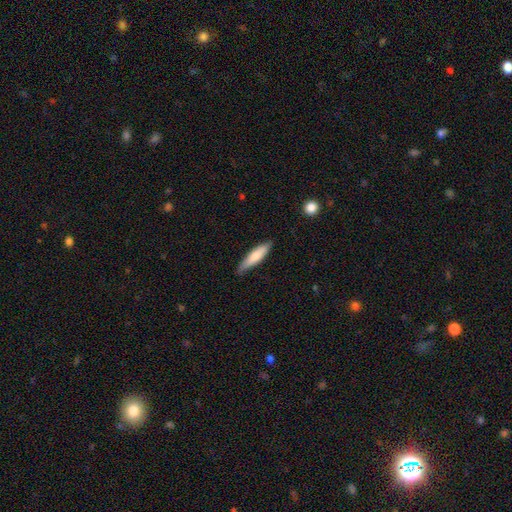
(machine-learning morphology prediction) type=smooth (74%); roundness=cigar-shaped (76%); merging=none (78%).